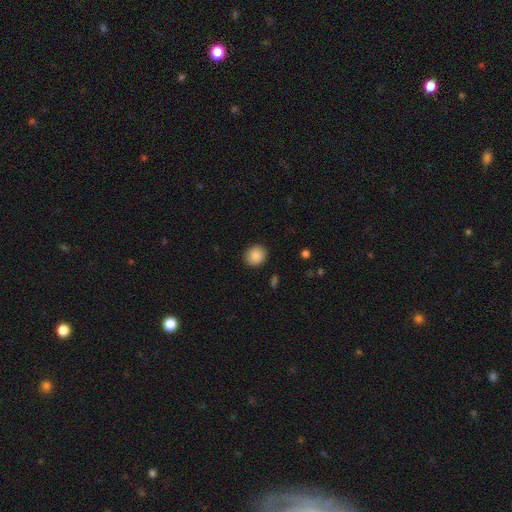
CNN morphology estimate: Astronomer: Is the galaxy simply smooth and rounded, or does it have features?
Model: smooth — 88%.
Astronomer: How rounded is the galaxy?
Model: round — 80%.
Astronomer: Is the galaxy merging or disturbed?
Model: none — 90%.